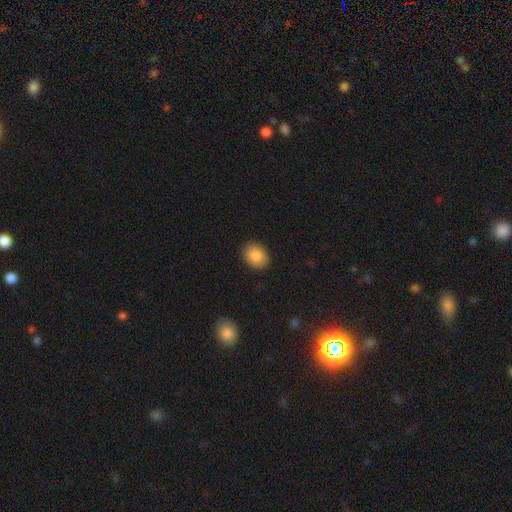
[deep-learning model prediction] A smooth galaxy with no disk features (87%) that is in between round and cigar-shaped (58%). Merging: none (90%).